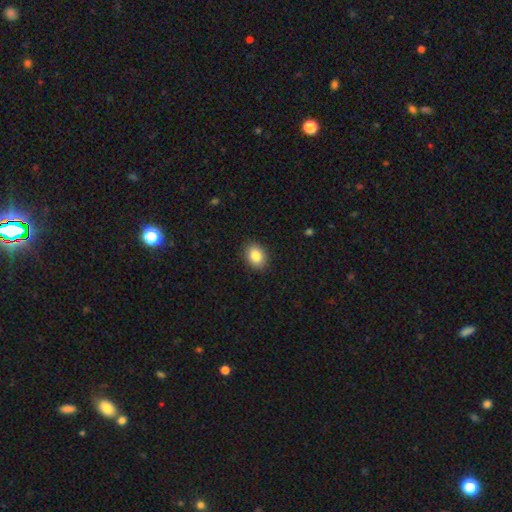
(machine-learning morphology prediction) smooth 85%, star or artifact 8%, featured or disk 6%. Down the decision tree: how rounded — in between (67%); merging — none (89%).